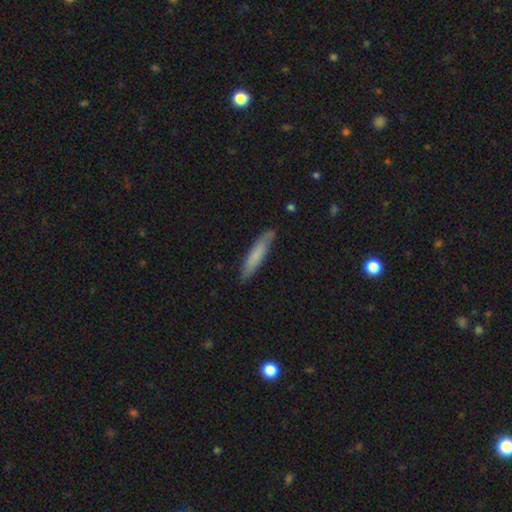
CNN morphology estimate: This is likely a smooth galaxy (75%). How rounded: clearly cigar-shaped (89%). Merging: clearly none (84%).